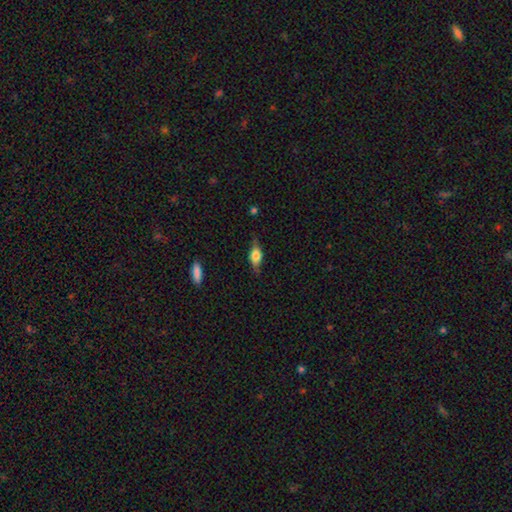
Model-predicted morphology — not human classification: smooth_or_featured: smooth (p=0.59) [alt: featured or disk p=0.33]
how_rounded: in between (p=0.75) [alt: cigar-shaped p=0.19]
merging: none (p=0.71) [alt: minor disturbance p=0.22]